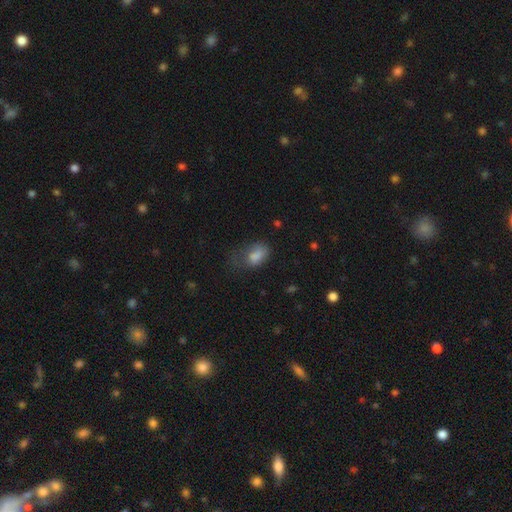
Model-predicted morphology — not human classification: smooth_or_featured: smooth (p=0.76) [alt: featured or disk p=0.14]
how_rounded: in between (p=0.86) [alt: round p=0.12]
merging: major disturbance (p=0.34) [alt: none p=0.32]